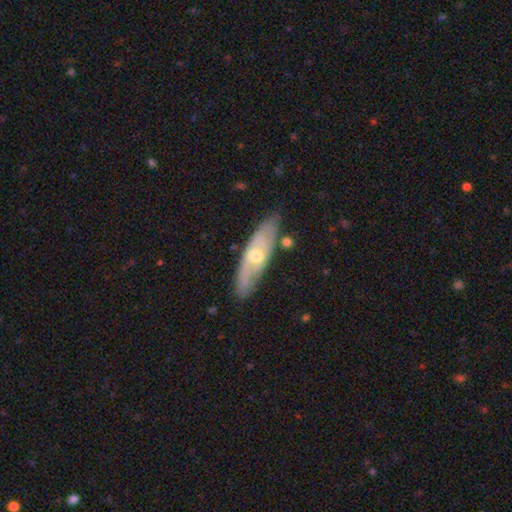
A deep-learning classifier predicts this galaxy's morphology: A featured or disk galaxy (62%). Merging: none (76%).